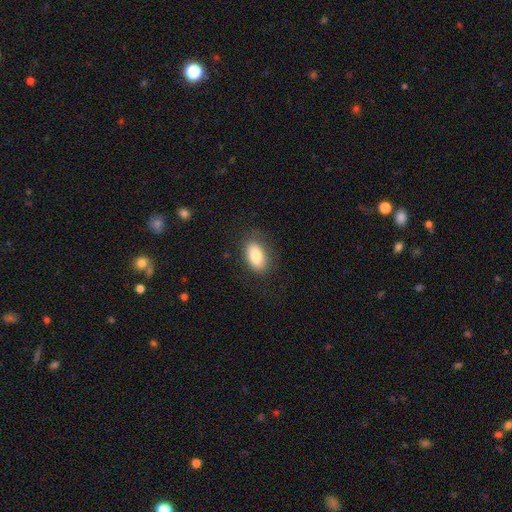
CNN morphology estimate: Overall: smooth (83%). How rounded: in between (91%). Merging: none (81%).